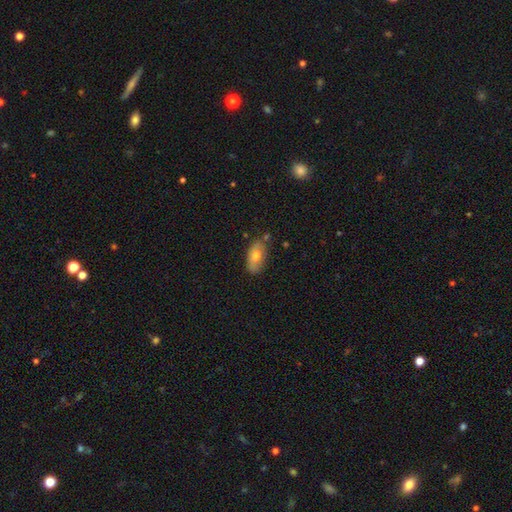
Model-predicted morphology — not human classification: Smooth or featured? smooth (70%)
How rounded? in between (88%)
Merging? none (74%)